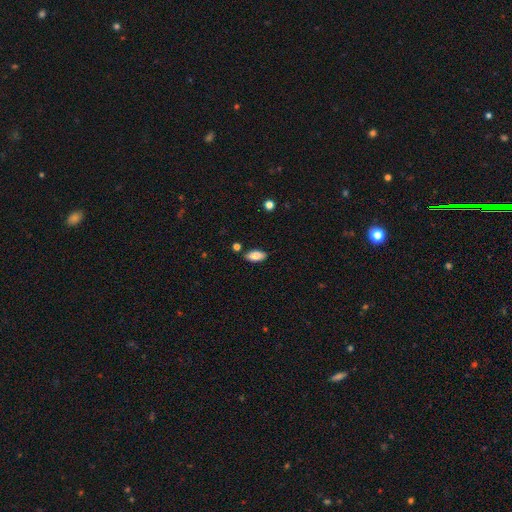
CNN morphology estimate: Smooth or featured? Predicted: smooth (p=0.83). How rounded? Predicted: in between (p=0.91). Merging? Predicted: none (p=0.84).